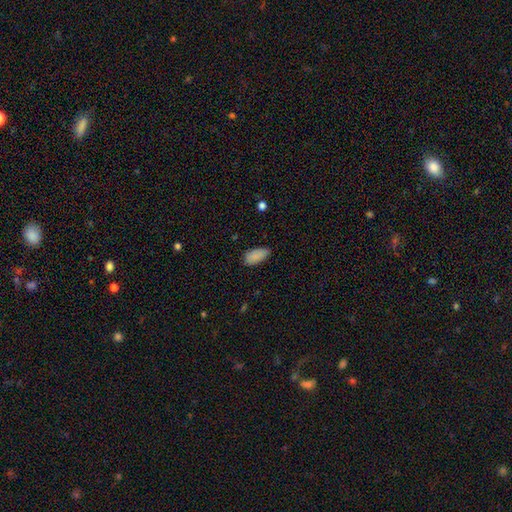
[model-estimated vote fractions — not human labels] Smooth or featured: smooth — 87% (star or artifact — 8%)
How rounded: in between — 91% (cigar-shaped — 6%)
Merging: none — 70% (minor disturbance — 25%)